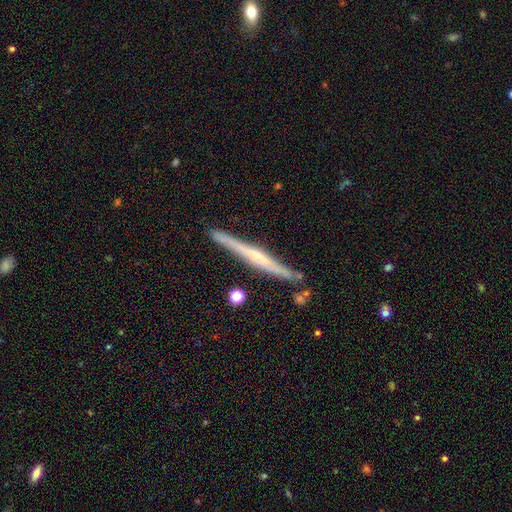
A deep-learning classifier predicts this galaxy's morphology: This is likely a featured or disk galaxy (70%). It is clearly viewed edge-on (97%). Edge-on bulge: possibly rounded (56%). Merging: clearly none (85%).